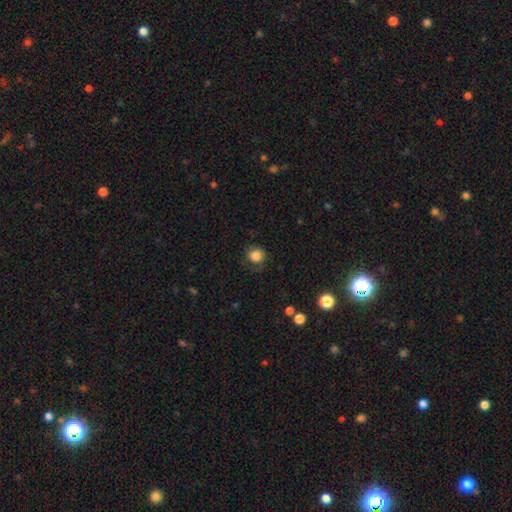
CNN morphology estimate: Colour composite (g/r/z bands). It shows a smooth galaxy with no disk features (83%) that is round (84%). Merging: none (70%).